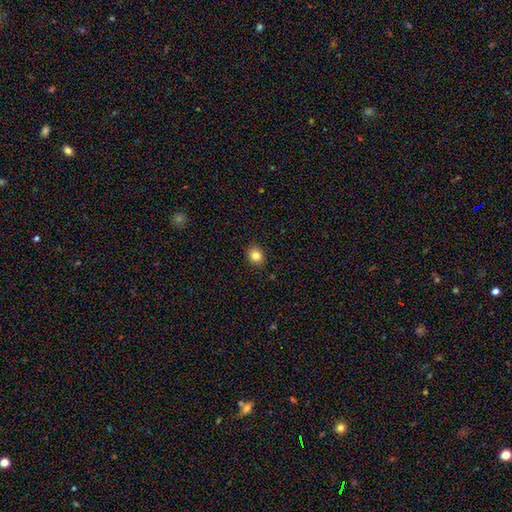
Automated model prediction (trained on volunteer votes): The model was most divided on "how rounded": round: 70%, in between: 29%, cigar-shaped: 1%. More confident: merging — none (90%); smooth or featured — smooth (83%).